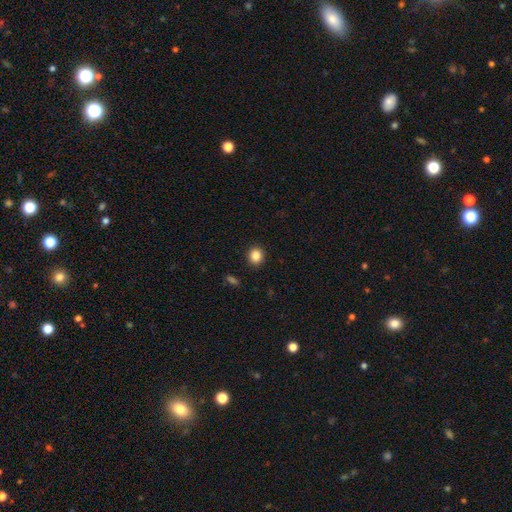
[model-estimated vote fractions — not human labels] Morphology: type=smooth (86%); roundness=round (82%); merging=none (92%).